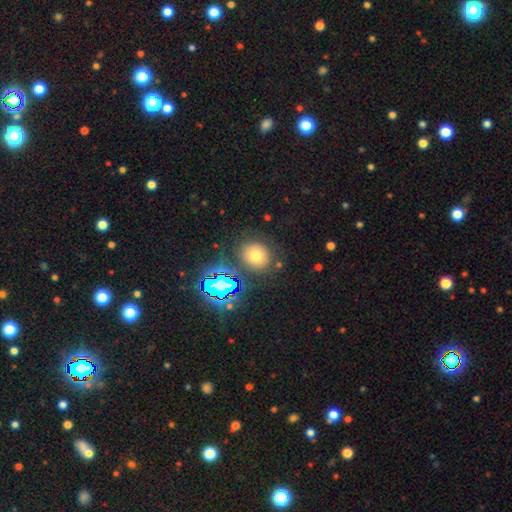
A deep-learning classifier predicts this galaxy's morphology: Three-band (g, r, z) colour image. It shows a smooth galaxy with no disk features (64%) that is round (74%). Merging: none (81%).